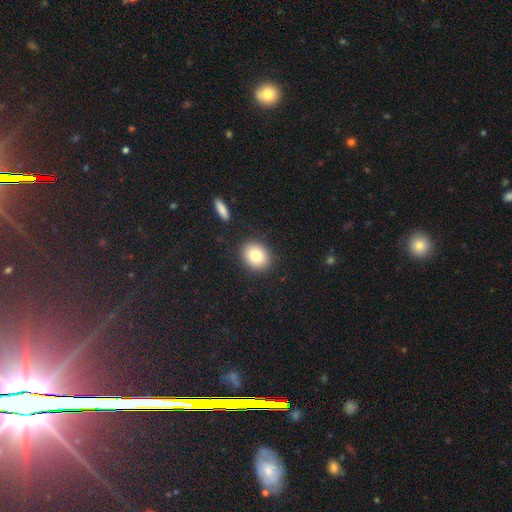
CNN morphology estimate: A smooth galaxy with no disk features (80%) that is round (66%). Merging: none (88%).